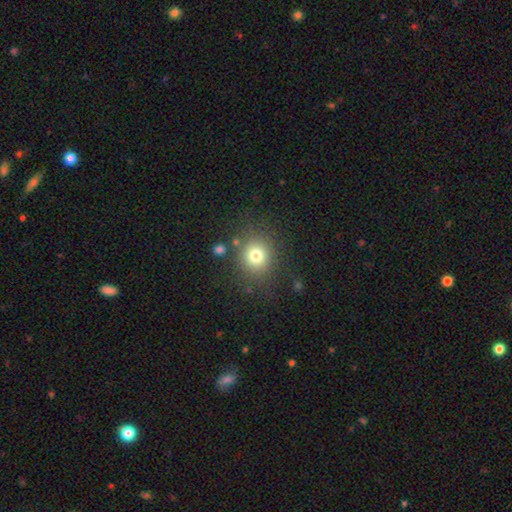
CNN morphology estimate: type=smooth (77%); roundness=round (82%); merging=none (82%).